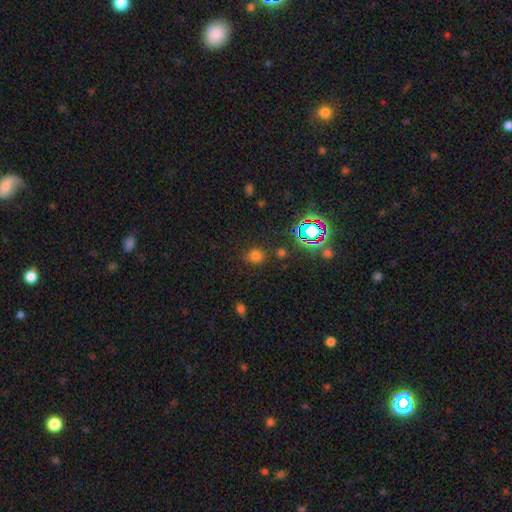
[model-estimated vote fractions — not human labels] smooth_or_featured: smooth (p=0.68) [alt: star or artifact p=0.25]
how_rounded: round (p=0.77) [alt: in between p=0.21]
merging: none (p=0.80) [alt: minor disturbance p=0.11]